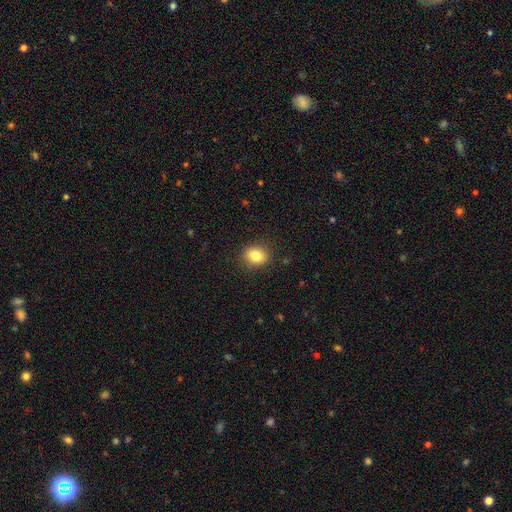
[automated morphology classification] Smooth or featured?
  - smooth: 83% *
  - star or artifact: 10%
  - featured or disk: 7%
How rounded?
  - in between: 54% *
  - round: 45%
  - cigar-shaped: 1%
Merging?
  - none: 88% *
  - minor disturbance: 9%
  - major disturbance: 2%
  - merger: 1%